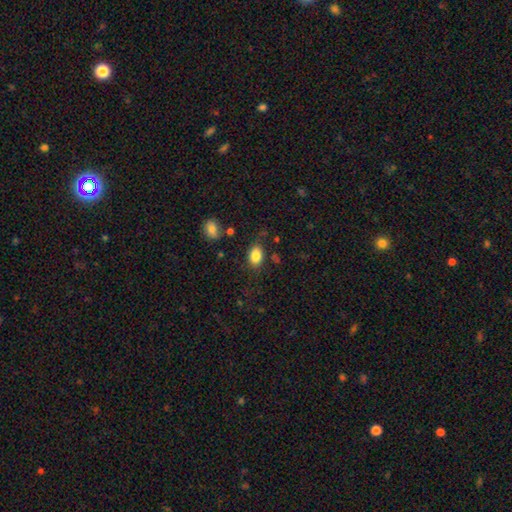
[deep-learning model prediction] Smooth or featured?
  - smooth: 85% *
  - star or artifact: 9%
  - featured or disk: 6%
How rounded?
  - in between: 83% *
  - round: 15%
  - cigar-shaped: 1%
Merging?
  - none: 76% *
  - minor disturbance: 16%
  - major disturbance: 5%
  - merger: 3%